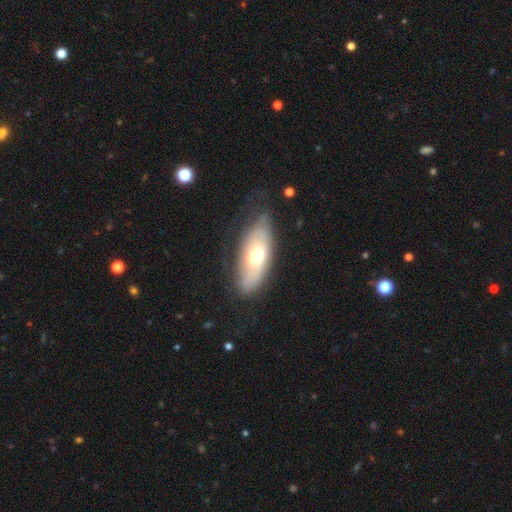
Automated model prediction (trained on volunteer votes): Smooth or featured: smooth — 50% (featured or disk — 43%)
How rounded: in between — 82% (cigar-shaped — 14%)
Merging: none — 66% (minor disturbance — 24%)